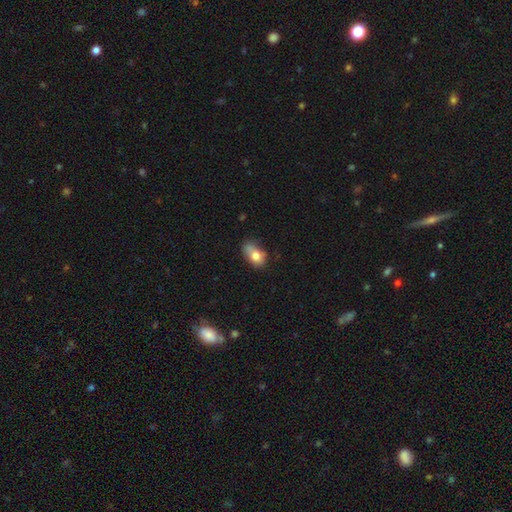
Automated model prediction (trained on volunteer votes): A smooth galaxy with no disk features (75%) that is in between round and cigar-shaped (83%).

Vote fractions:
- Smooth or featured? smooth: 75% / featured or disk: 16% / star or artifact: 9%
- How rounded? in between: 83% / round: 15% / cigar-shaped: 2%
- Merging? none: 39% / minor disturbance: 35% / major disturbance: 14% / merger: 11%